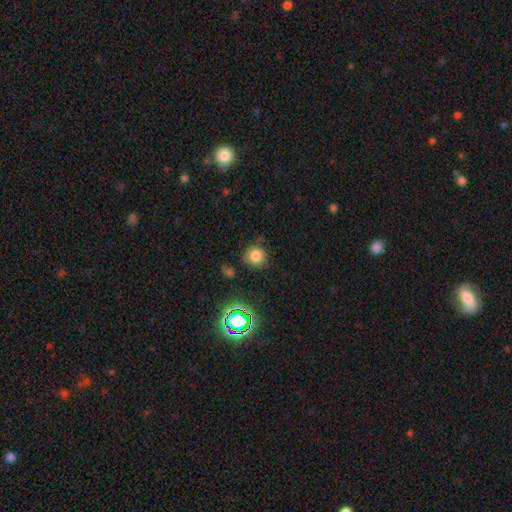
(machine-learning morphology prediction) Smooth or featured: smooth — 77% (star or artifact — 16%)
How rounded: round — 91% (in between — 8%)
Merging: none — 82% (minor disturbance — 11%)